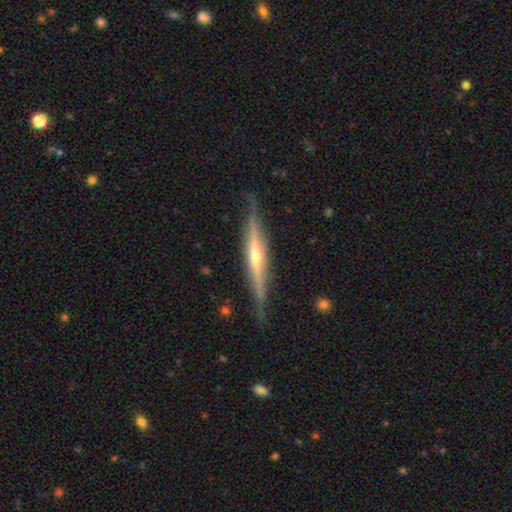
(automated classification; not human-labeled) Overall: featured or disk (77%). Edge-on disk: yes (97%). Edge-on bulge: rounded (67%). Merging: none (83%).